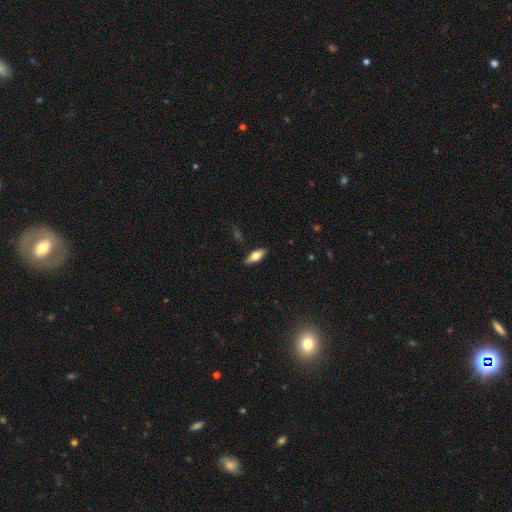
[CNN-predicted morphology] Overall: smooth (68%). How rounded: in between (75%). Merging: none (88%).